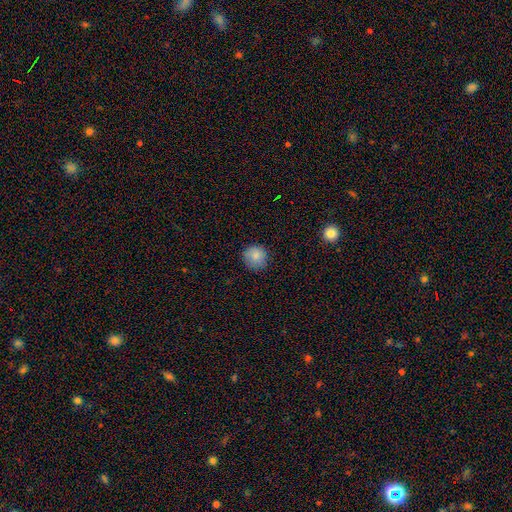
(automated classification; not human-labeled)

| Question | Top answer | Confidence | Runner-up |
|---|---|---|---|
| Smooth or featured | smooth | 84% | star or artifact (9%) |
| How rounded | round | 93% | in between (6%) |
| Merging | none | 85% | minor disturbance (11%) |